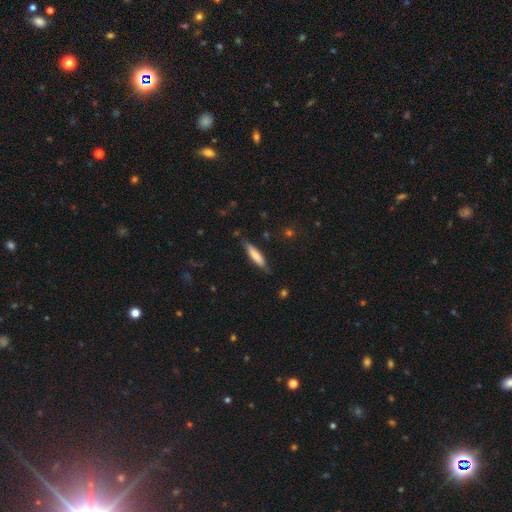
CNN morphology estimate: The model was most divided on "smooth or featured": smooth: 70%, featured or disk: 25%, star or artifact: 6%. More confident: merging — none (79%); how rounded — cigar-shaped (78%).